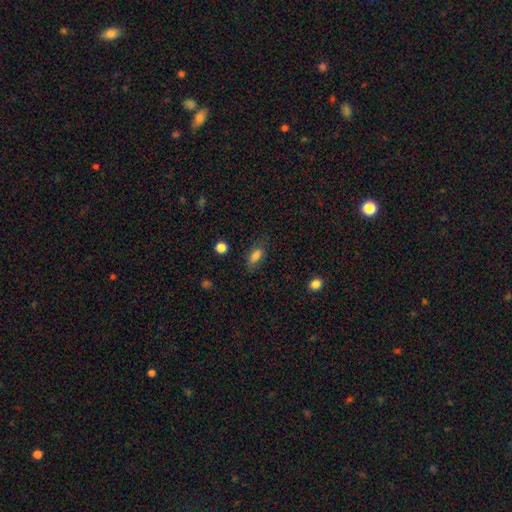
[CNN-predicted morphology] This appears to be a smooth galaxy with no disk features (82%) that is in between round and cigar-shaped (82%). Merging: none (73%).